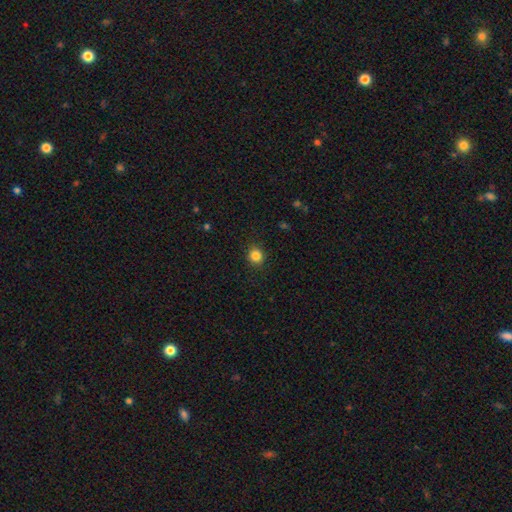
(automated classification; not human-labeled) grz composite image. It shows a smooth galaxy with no disk features (84%) that is round (87%). Merging: none (90%).